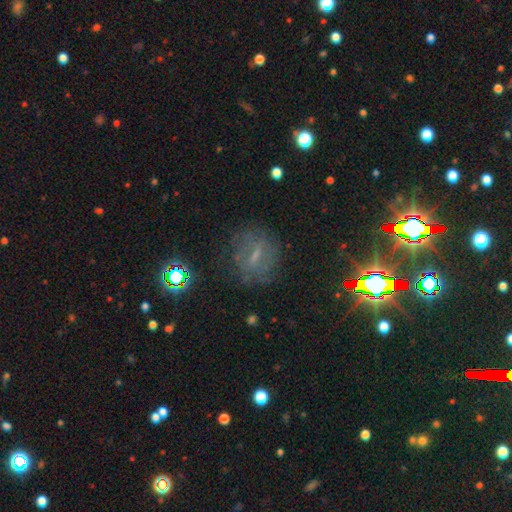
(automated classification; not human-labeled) featured or disk 40%, star or artifact 31%, smooth 29%. Down the decision tree: merging — none (76%).